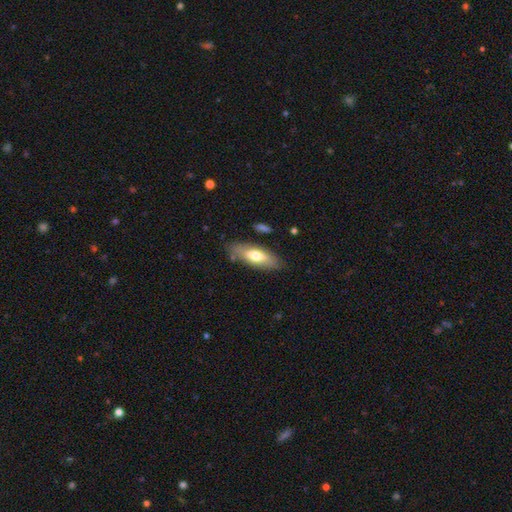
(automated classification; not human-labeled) Q: Smooth or featured?
A: smooth (63%); runner-up: featured or disk (31%)
Q: How rounded?
A: in between (65%); runner-up: cigar-shaped (32%)
Q: Merging?
A: none (80%); runner-up: minor disturbance (13%)